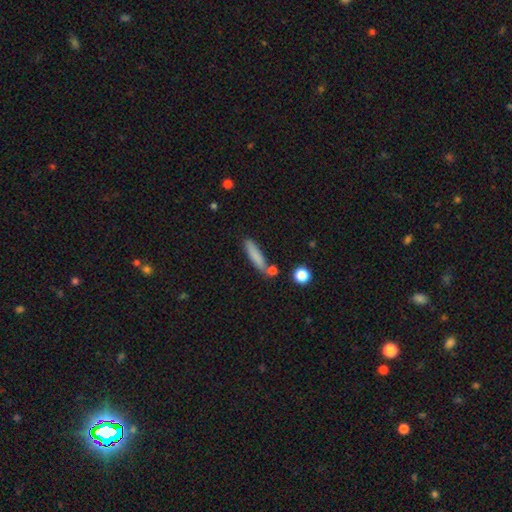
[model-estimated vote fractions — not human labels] Morphology: type=smooth (81%); roundness=cigar-shaped (81%); merging=none (74%).